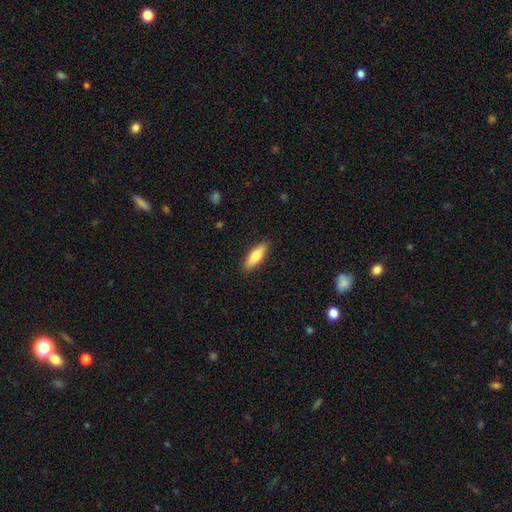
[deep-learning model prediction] This appears to be a smooth galaxy with no disk features (78%) that is in between round and cigar-shaped (56%). Merging: none (89%).